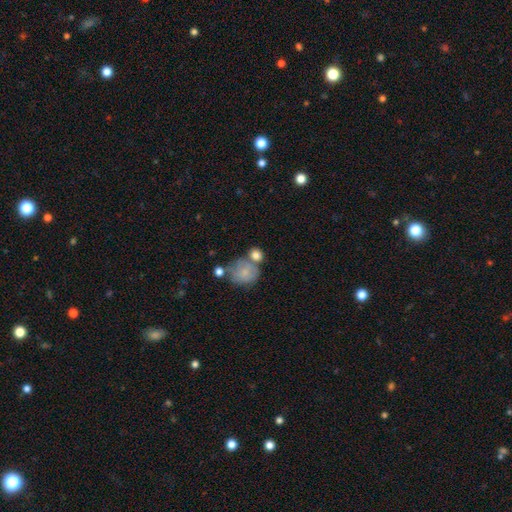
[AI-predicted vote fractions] smooth 76%, featured or disk 16%, star or artifact 9%. Down the decision tree: how rounded — round (73%); merging — none (45%).